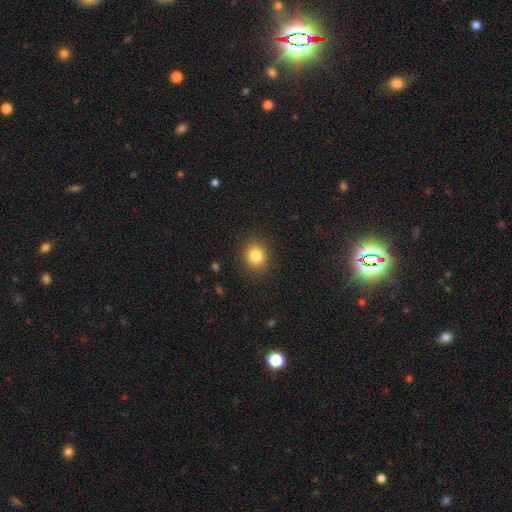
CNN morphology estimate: smooth 82%, star or artifact 11%, featured or disk 7%. Down the decision tree: how rounded — round (76%); merging — none (89%).